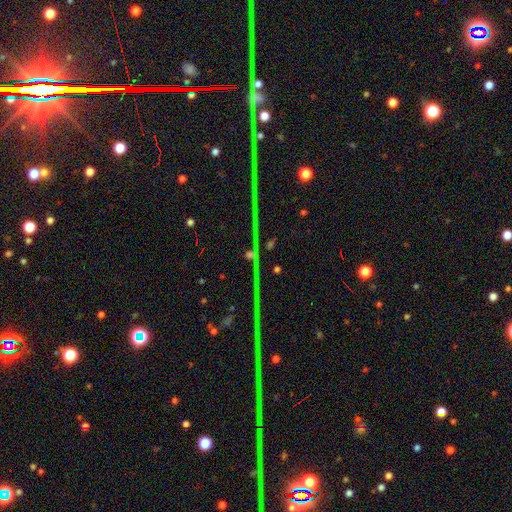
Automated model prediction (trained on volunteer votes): Smooth or featured? Predicted: star or artifact (p=0.84).